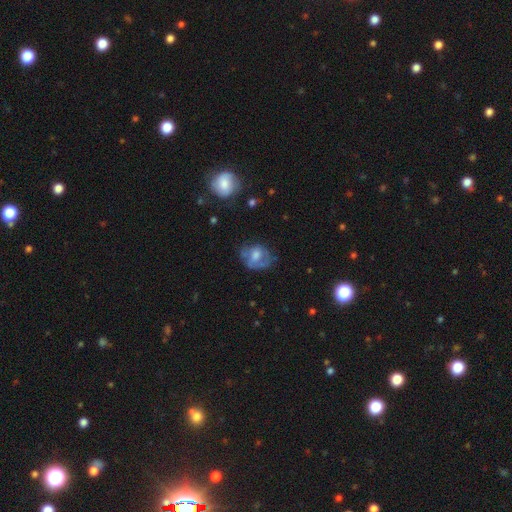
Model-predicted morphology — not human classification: type=smooth (46%); merging=none (49%).